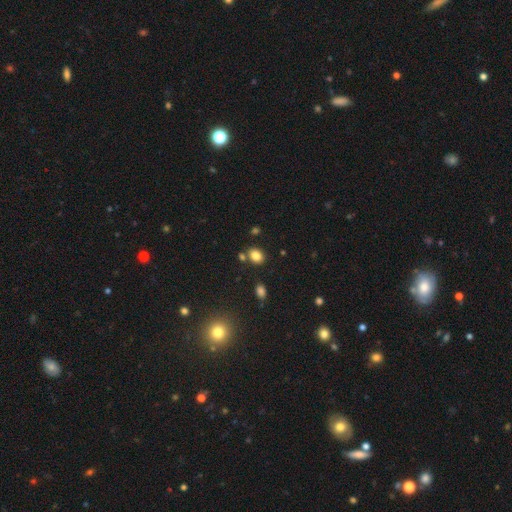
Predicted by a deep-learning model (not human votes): This is clearly a smooth galaxy (83%). How rounded: likely in between (60%). Merging: likely none (76%).